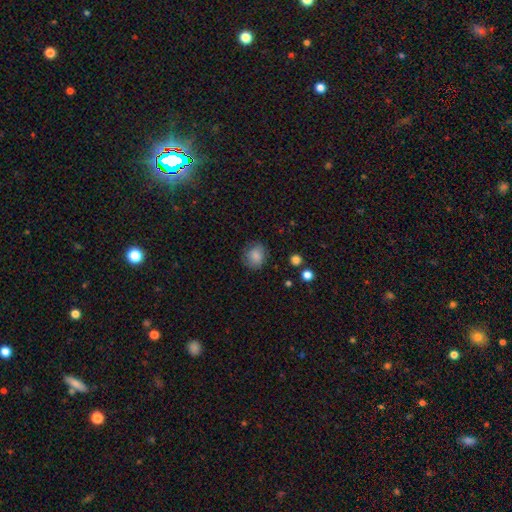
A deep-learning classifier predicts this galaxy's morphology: Smooth or featured? Predicted: smooth (p=0.84). How rounded? Predicted: round (p=0.75). Merging? Predicted: none (p=0.81).